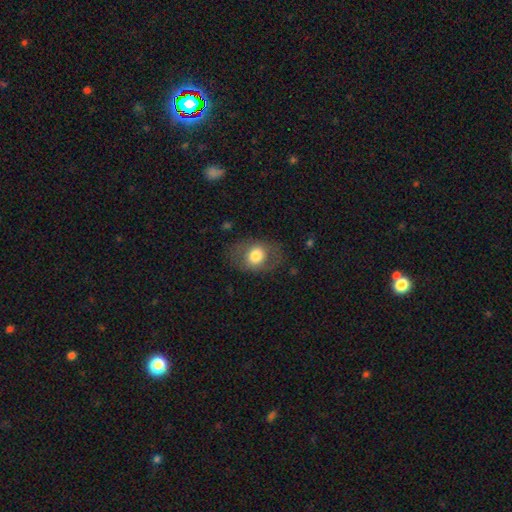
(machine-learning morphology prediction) This appears to be a smooth galaxy with no disk features (69%) that is in between round and cigar-shaped (63%). Merging: none (73%).